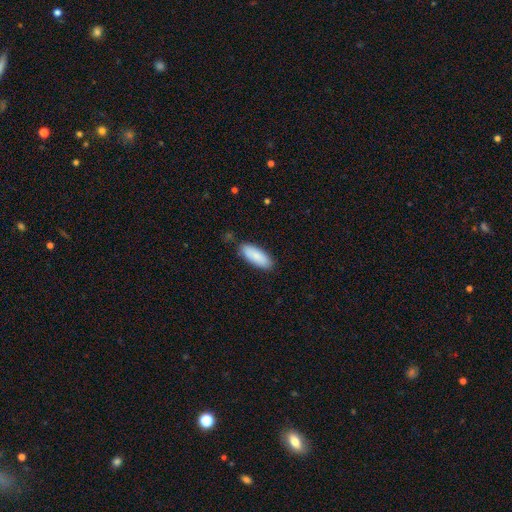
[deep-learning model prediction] Morphology: type=smooth (86%); roundness=in between (77%); merging=none (84%).